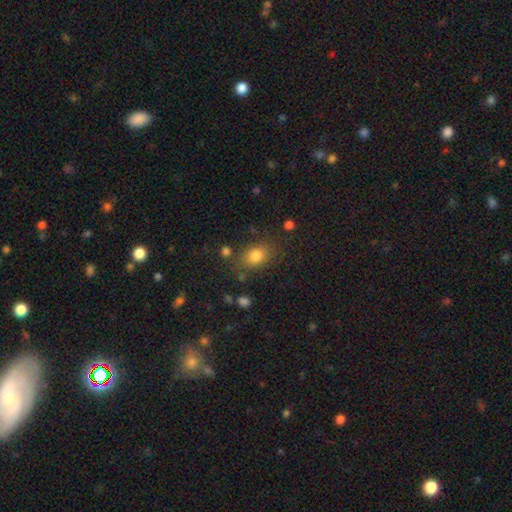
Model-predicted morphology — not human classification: Smooth or featured? smooth (81%)
How rounded? in between (69%)
Merging? none (74%)